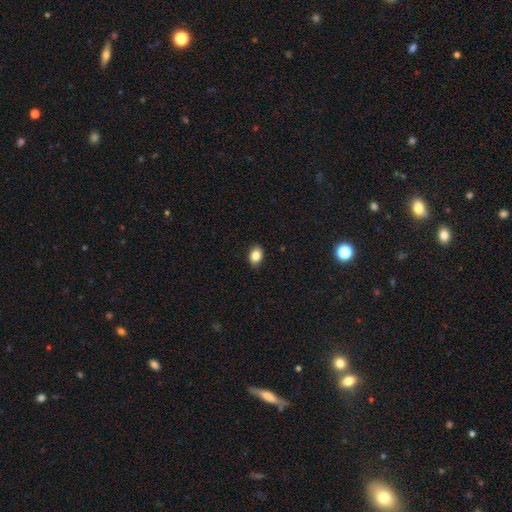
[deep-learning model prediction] Smooth or featured: smooth — 85% (star or artifact — 9%)
How rounded: in between — 72% (round — 27%)
Merging: none — 87% (minor disturbance — 10%)